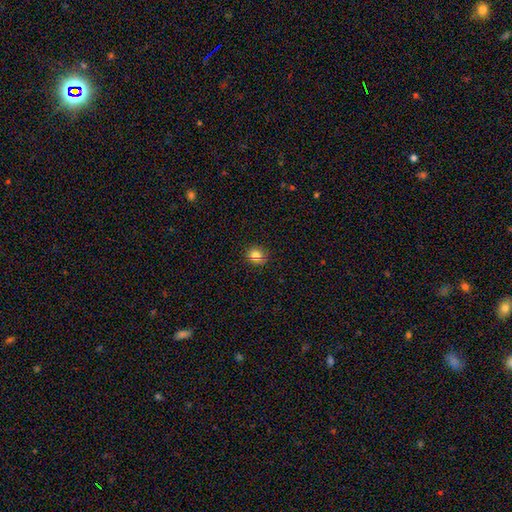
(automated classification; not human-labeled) Overall: smooth (81%). How rounded: round (90%). Merging: none (89%).